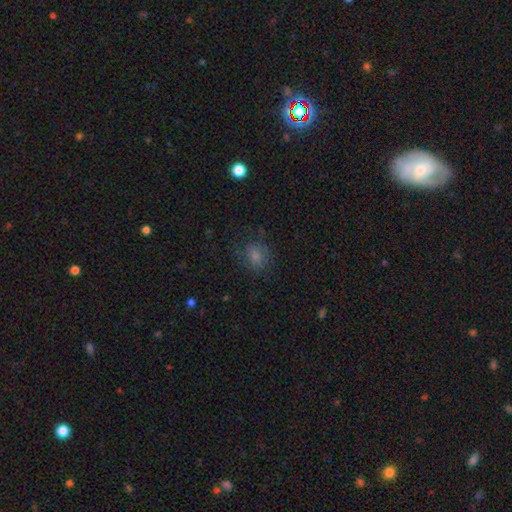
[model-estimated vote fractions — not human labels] Q: Smooth or featured?
A: smooth (74%); runner-up: star or artifact (15%)
Q: How rounded?
A: round (56%); runner-up: in between (43%)
Q: Merging?
A: none (70%); runner-up: minor disturbance (18%)